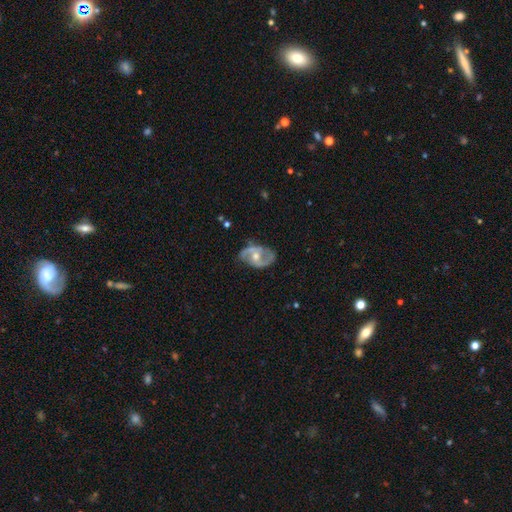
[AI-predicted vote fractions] Morphology: type=featured or disk (82%); edge-on=no (96%); bar=no (53%); spiral arms=yes (87%); winding=medium (48%); arm count=2 (82%); bulge=moderate (67%); merging=none (67%).